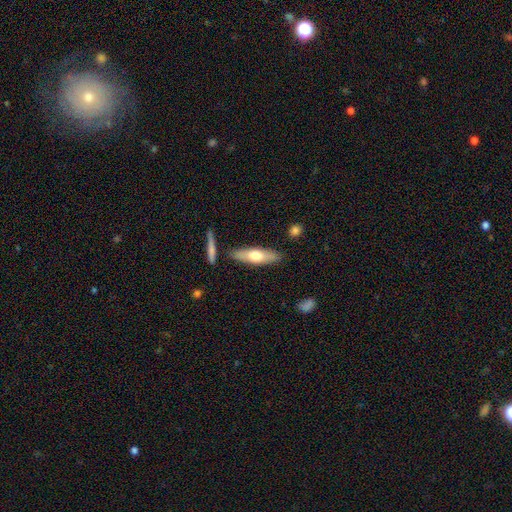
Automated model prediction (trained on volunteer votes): A smooth galaxy with no disk features (56%) that is cigar-shaped (64%). Merging: none (84%).